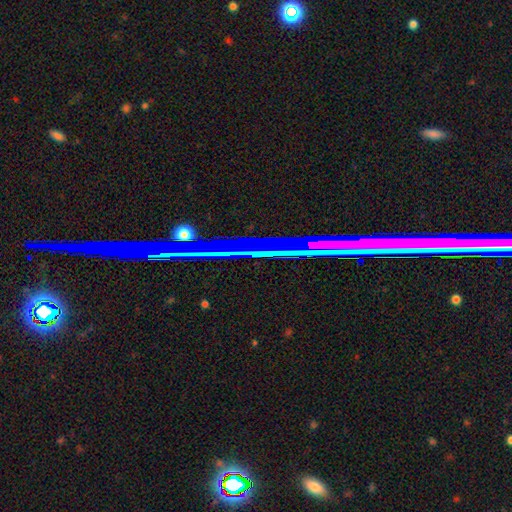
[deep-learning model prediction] This is likely a star or artifact rather than a galaxy (76%).